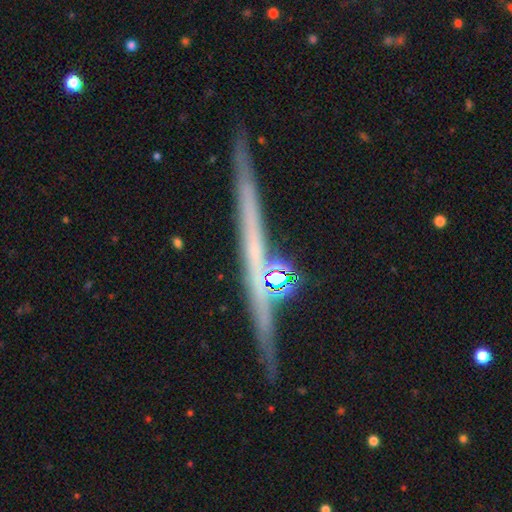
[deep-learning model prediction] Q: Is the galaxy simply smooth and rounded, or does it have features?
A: featured or disk — 74%.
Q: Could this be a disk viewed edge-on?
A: yes — 97%.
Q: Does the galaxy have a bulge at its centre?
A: none — 66%.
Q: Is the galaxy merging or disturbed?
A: none — 84%.